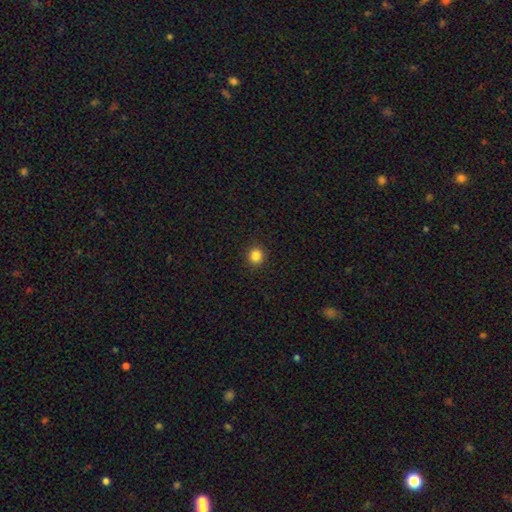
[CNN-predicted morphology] smooth 85%, star or artifact 11%, featured or disk 4%. Down the decision tree: how rounded — round (91%); merging — none (92%).